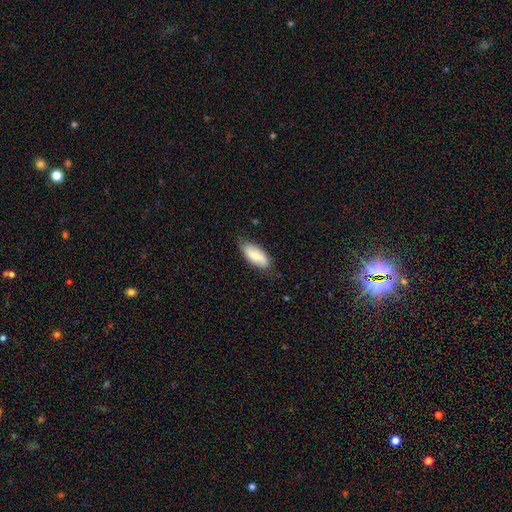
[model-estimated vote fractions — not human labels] Overall: smooth (72%). How rounded: in between (84%). Merging: none (71%).